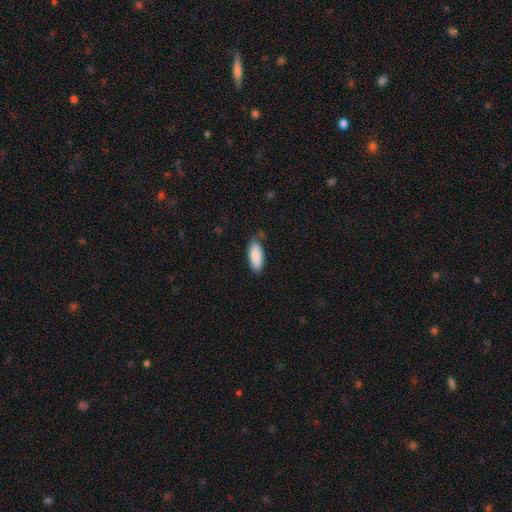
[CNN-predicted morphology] This appears to be a smooth galaxy with no disk features (87%) that is in between round and cigar-shaped (79%). Merging: none (72%).